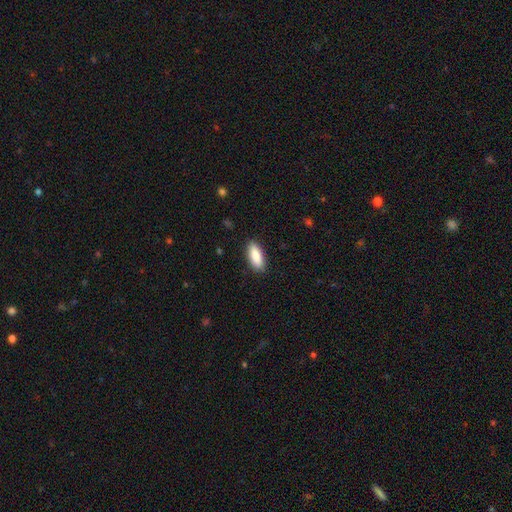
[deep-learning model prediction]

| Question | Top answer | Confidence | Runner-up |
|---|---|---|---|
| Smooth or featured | smooth | 87% | featured or disk (7%) |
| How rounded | in between | 76% | cigar-shaped (22%) |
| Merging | none | 88% | minor disturbance (9%) |